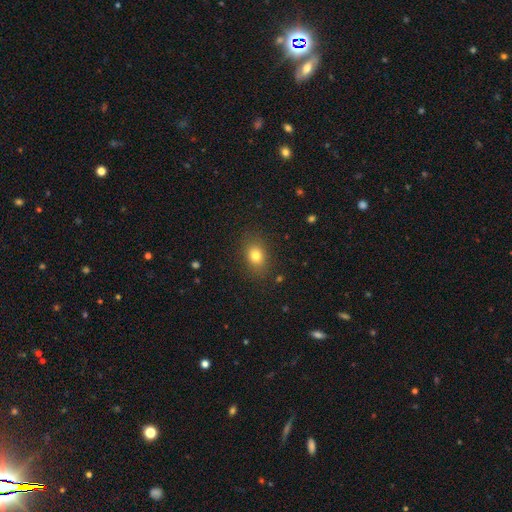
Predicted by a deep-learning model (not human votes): smooth-or-featured: smooth: 78% | star or artifact: 12% | featured or disk: 10%
  how-rounded: in between: 67% | round: 31% | cigar-shaped: 2%
  merging: none: 85% | minor disturbance: 10% | major disturbance: 4% | merger: 1%